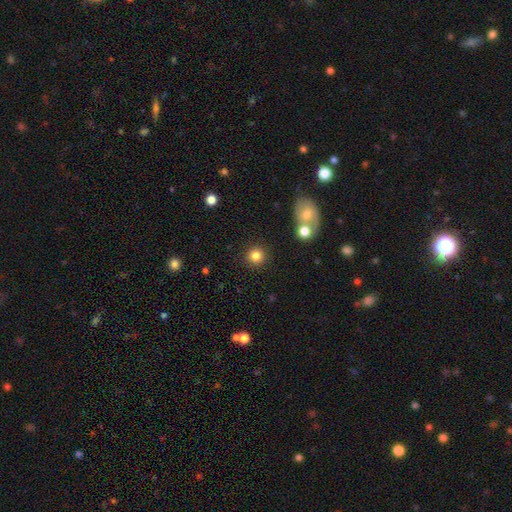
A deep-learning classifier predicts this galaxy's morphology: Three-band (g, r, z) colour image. It shows a smooth galaxy with no disk features (83%) that is round (94%). Merging: none (89%).